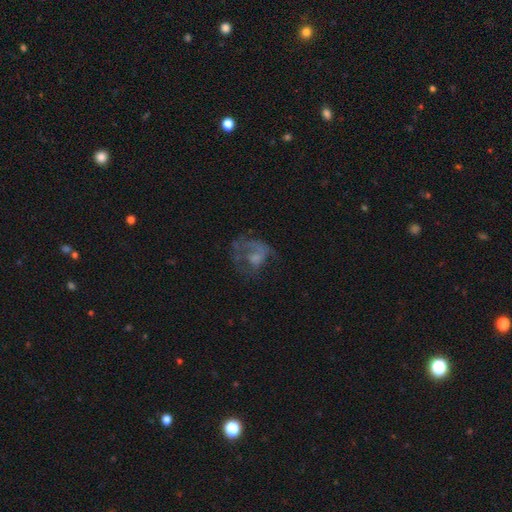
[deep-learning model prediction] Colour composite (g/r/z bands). It shows a featured or disk galaxy (54%) with no bar (81%), no spiral arms (58%) and no central bulge (42%). Merging: major disturbance (46%).